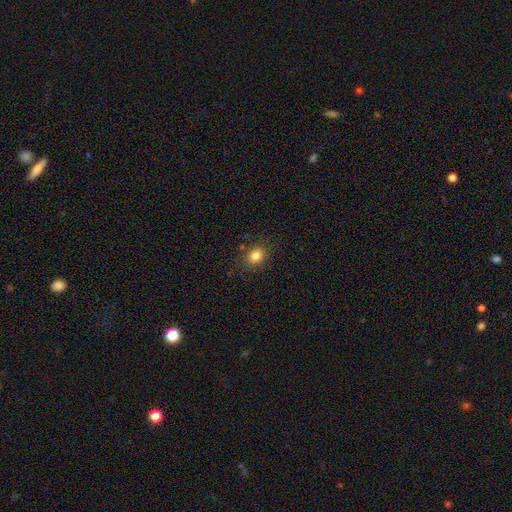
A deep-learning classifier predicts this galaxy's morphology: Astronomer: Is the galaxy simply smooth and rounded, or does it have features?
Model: smooth — 83%.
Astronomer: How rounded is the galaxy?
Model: round — 61% (runner-up: in between, 38%).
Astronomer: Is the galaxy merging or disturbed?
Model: none — 84%.